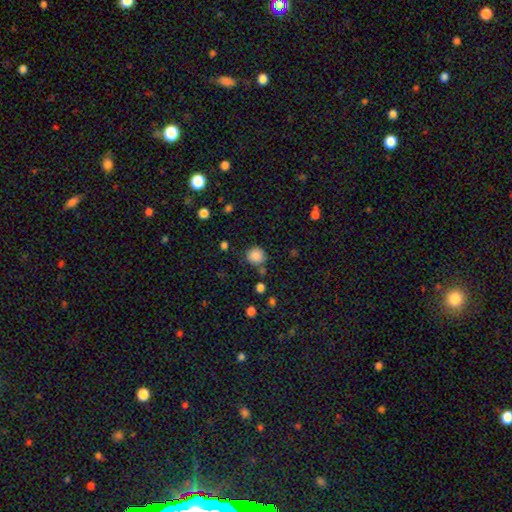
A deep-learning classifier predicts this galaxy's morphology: A smooth galaxy with no disk features (85%) that is round (89%).

Vote fractions:
- Smooth or featured? smooth: 85% / star or artifact: 10% / featured or disk: 4%
- How rounded? round: 89% / in between: 10% / cigar-shaped: 1%
- Merging? none: 76% / minor disturbance: 13% / merger: 7% / major disturbance: 4%